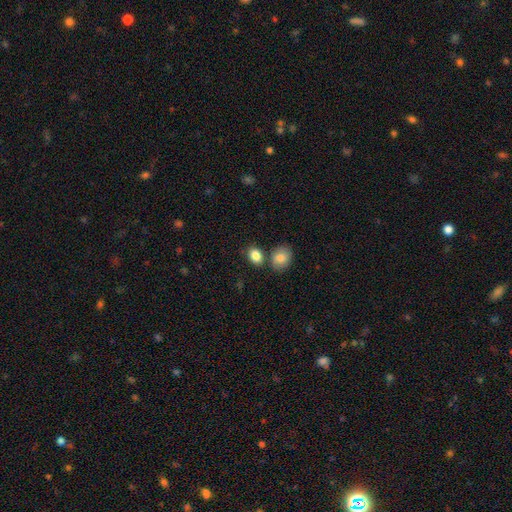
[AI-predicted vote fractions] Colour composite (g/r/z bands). It shows a smooth galaxy with no disk features (86%) that is in between round and cigar-shaped (71%). Merging: none (68%).